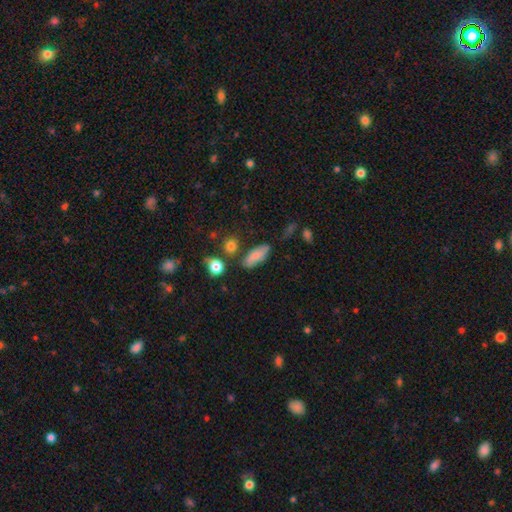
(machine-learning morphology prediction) The model was most divided on "merging": none: 67%, minor disturbance: 20%, merger: 8%, major disturbance: 6%. More confident: smooth or featured — smooth (77%); how rounded — in between (75%).